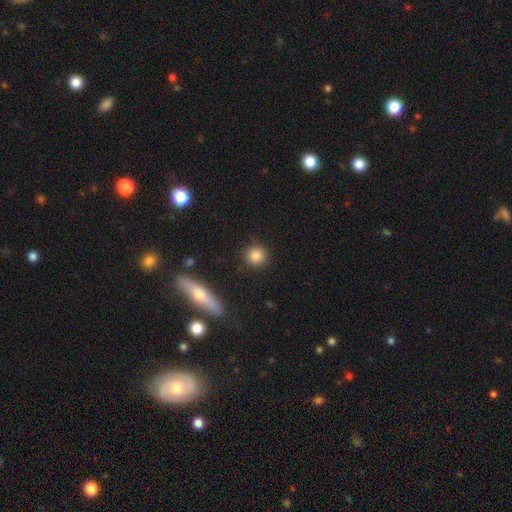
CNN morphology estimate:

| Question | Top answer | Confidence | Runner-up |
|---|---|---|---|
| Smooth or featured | smooth | 85% | star or artifact (9%) |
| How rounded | round | 92% | in between (7%) |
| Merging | none | 90% | minor disturbance (6%) |